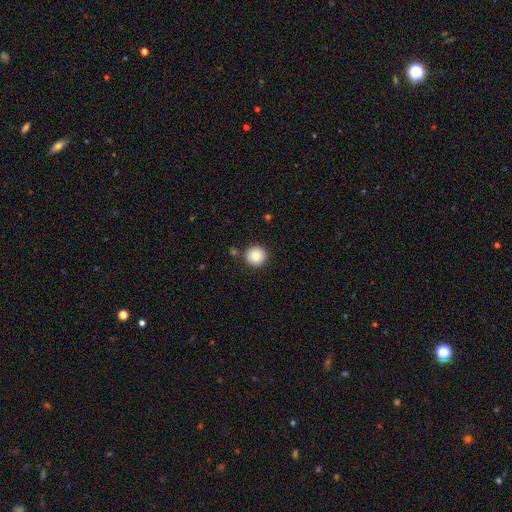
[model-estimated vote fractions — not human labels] smooth-or-featured: smooth: 83% | star or artifact: 9% | featured or disk: 8%
  how-rounded: round: 95% | in between: 4% | cigar-shaped: 1%
  merging: none: 88% | minor disturbance: 6% | merger: 3% | major disturbance: 2%